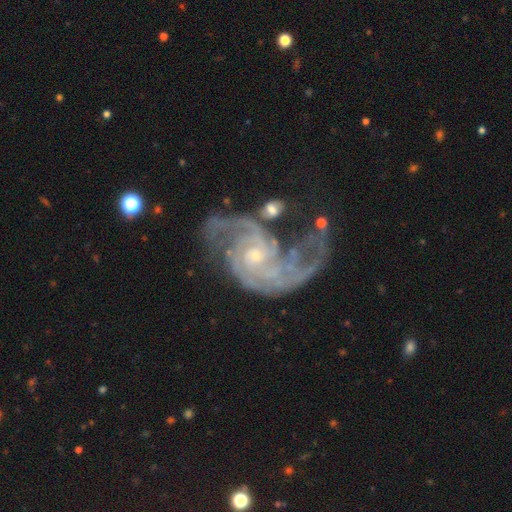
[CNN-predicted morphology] type=featured or disk (91%); edge-on=no (98%); bar=no (64%); spiral arms=yes (97%); winding=medium (48%); arm count=2 (52%); bulge=small (72%); merging=none (39%).